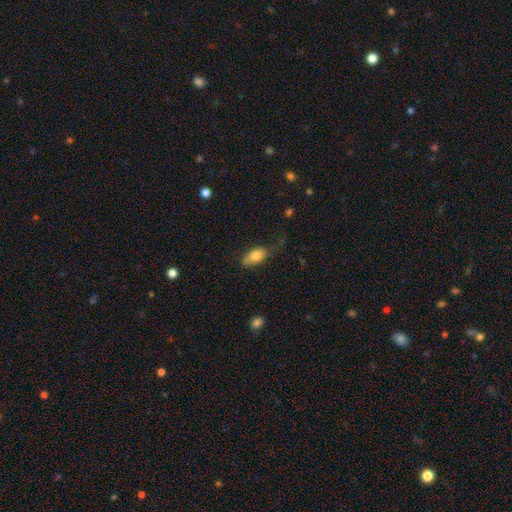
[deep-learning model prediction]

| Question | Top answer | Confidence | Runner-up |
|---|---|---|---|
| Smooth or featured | smooth | 77% | featured or disk (16%) |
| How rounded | in between | 87% | cigar-shaped (8%) |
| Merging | none | 50% | minor disturbance (29%) |